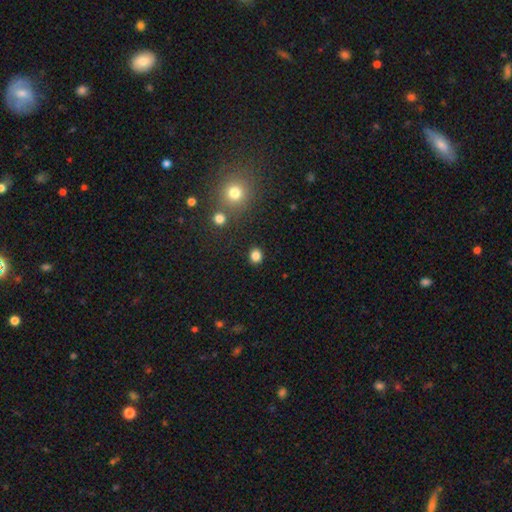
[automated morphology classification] Smooth or featured?
  - smooth: 83% *
  - star or artifact: 13%
  - featured or disk: 4%
How rounded?
  - round: 77% *
  - in between: 22%
  - cigar-shaped: 1%
Merging?
  - none: 88% *
  - minor disturbance: 7%
  - merger: 3%
  - major disturbance: 2%